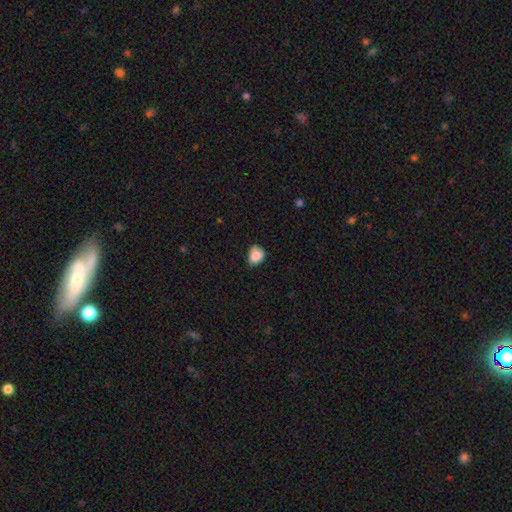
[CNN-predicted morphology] A smooth galaxy with no disk features (83%) that is round (56%). Merging: none (61%).